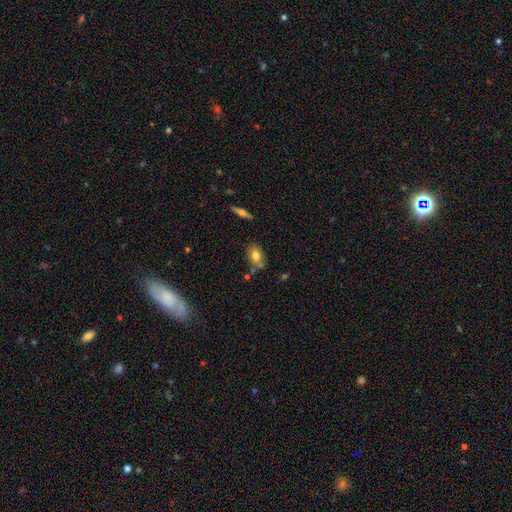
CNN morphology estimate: This is likely a smooth galaxy (71%). How rounded: likely in between (76%). Merging: possibly none (57%).